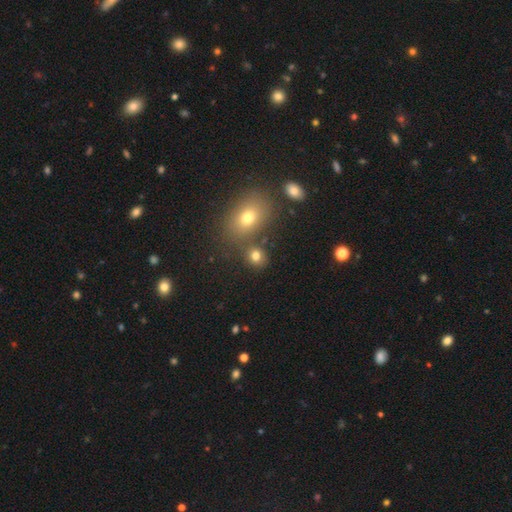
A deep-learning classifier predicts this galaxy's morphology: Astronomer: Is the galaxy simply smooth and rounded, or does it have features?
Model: smooth — 77%.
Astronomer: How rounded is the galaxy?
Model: round — 67%.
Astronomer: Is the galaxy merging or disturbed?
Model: none — 70%.